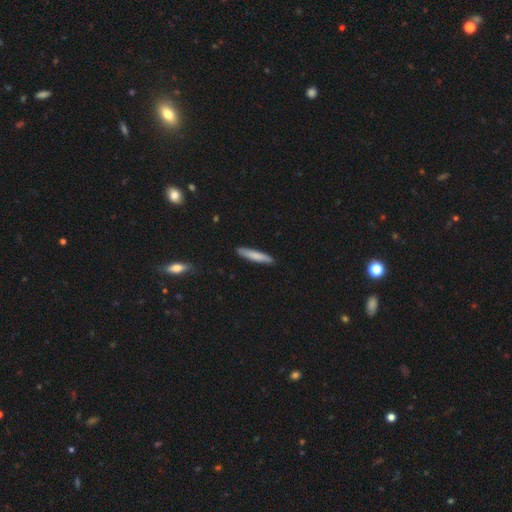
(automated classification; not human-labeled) The model was most divided on "smooth or featured": smooth: 77%, featured or disk: 17%, star or artifact: 5%. More confident: how rounded — cigar-shaped (91%); merging — none (89%).